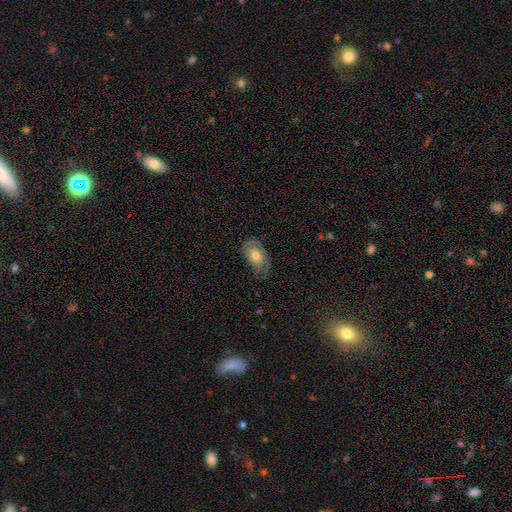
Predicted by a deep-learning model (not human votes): This is possibly a smooth galaxy (54%). How rounded: clearly in between (87%). Merging: possibly none (60%).